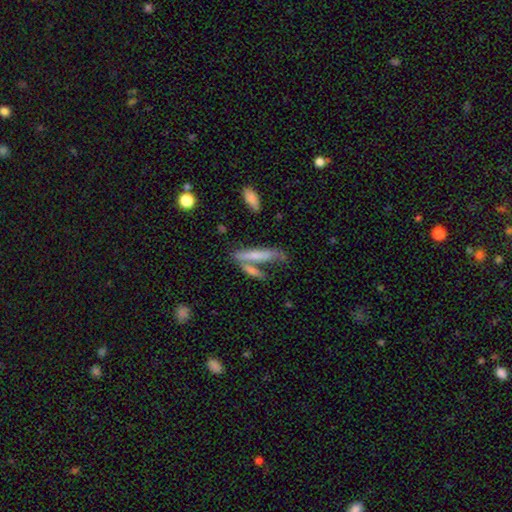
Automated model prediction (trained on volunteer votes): smooth-or-featured: smooth: 64% | featured or disk: 28% | star or artifact: 8%
  how-rounded: cigar-shaped: 82% | in between: 16% | round: 2%
  merging: none: 49% | merger: 31% | minor disturbance: 13% | major disturbance: 7%